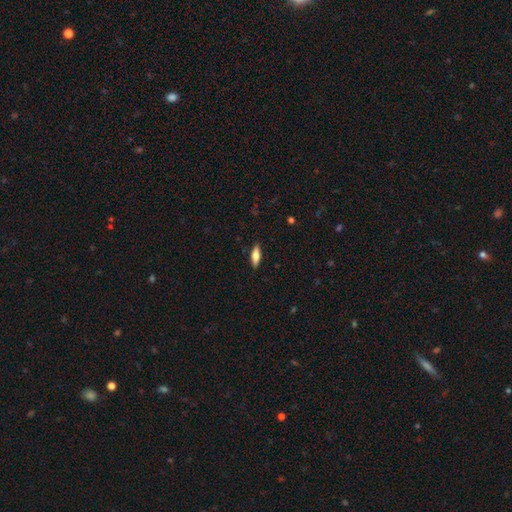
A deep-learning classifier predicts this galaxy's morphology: Smooth or featured: smooth — 67% (featured or disk — 27%)
How rounded: in between — 58% (cigar-shaped — 39%)
Merging: none — 89% (minor disturbance — 8%)